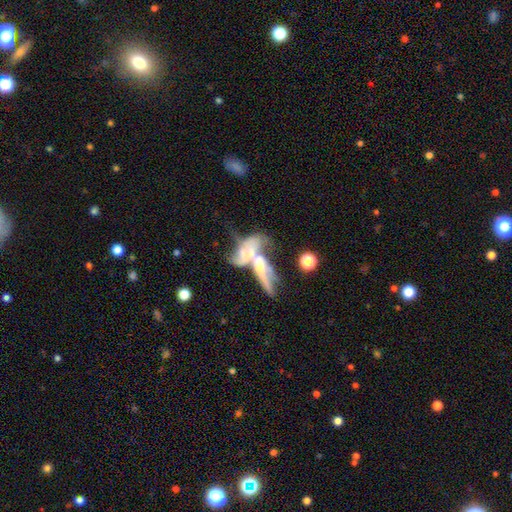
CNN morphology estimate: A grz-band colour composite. It shows a featured or disk galaxy (61%). Merging: merger (72%).